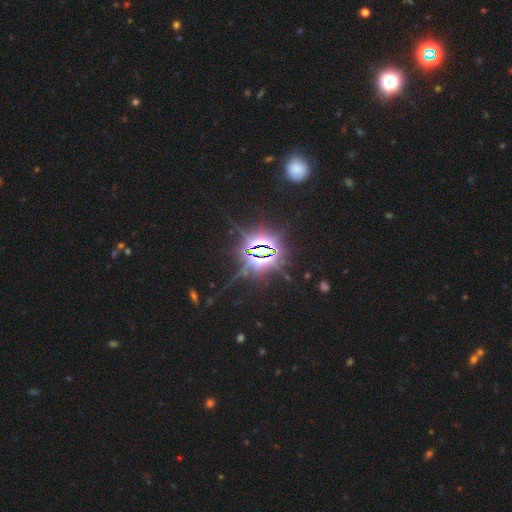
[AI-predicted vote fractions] A star or artifact, not a galaxy (86%).

Vote fractions:
- Smooth or featured? star or artifact: 86% / featured or disk: 8% / smooth: 6%